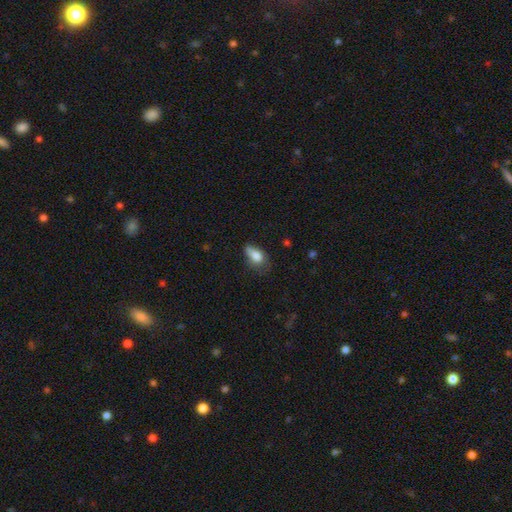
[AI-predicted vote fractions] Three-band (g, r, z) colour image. It shows a smooth galaxy with no disk features (77%) that is in between round and cigar-shaped (85%). Merging: minor disturbance (39%).